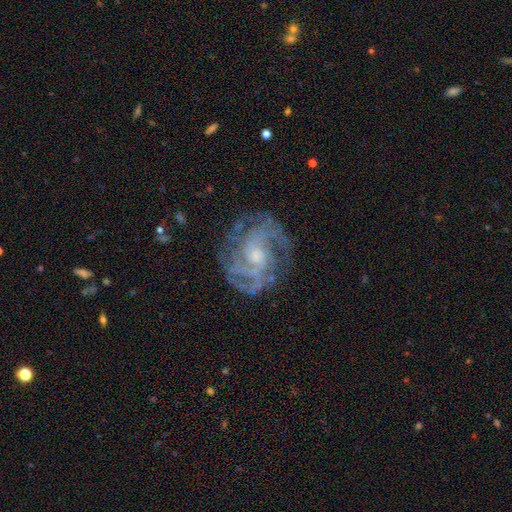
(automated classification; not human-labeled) Overall: featured or disk (87%). Edge-on disk: no (97%). Bar: no (55%; weak 36%). Spiral arms: yes (97%). Spiral arm count: 3 (27%; 2 23%). Spiral winding: tight (54%; medium 38%). Bulge size: moderate (46%; small 43%). Merging: none (76%).